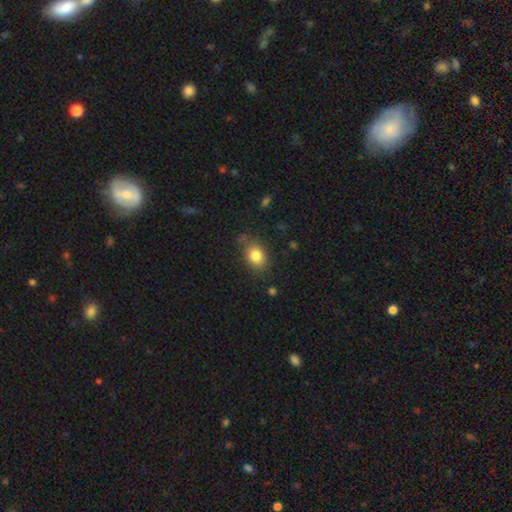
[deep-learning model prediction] Smooth or featured? Predicted: smooth (p=0.82). How rounded? Predicted: in between (p=0.71). Merging? Predicted: none (p=0.75).